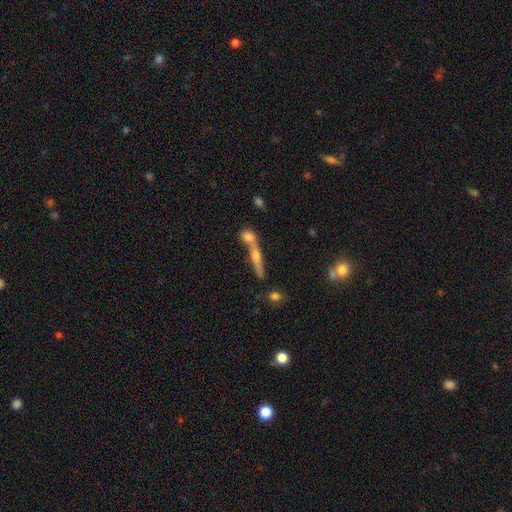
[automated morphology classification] smooth_or_featured: featured or disk (p=0.58) [alt: smooth p=0.31]
disk_edge_on: yes (p=0.91) [alt: no p=0.09]
edge_on_bulge: rounded (p=0.87) [alt: none p=0.09]
merging: none (p=0.52) [alt: merger p=0.35]